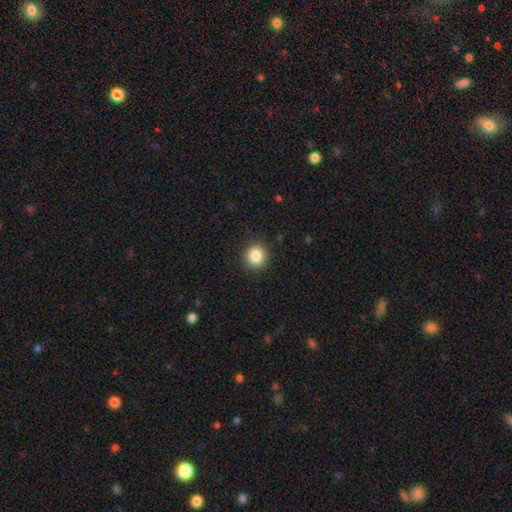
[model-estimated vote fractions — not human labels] Smooth or featured? smooth (85%)
How rounded? round (90%)
Merging? none (91%)